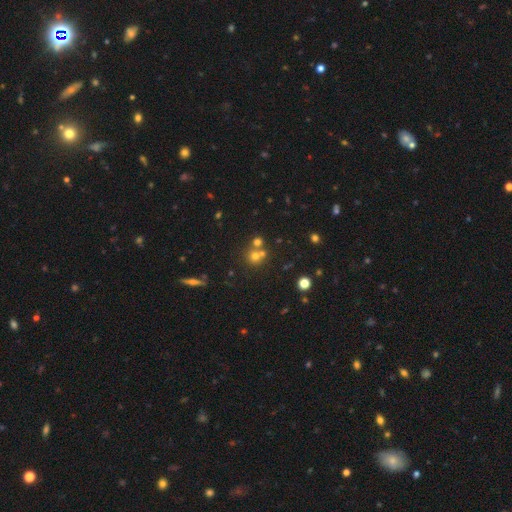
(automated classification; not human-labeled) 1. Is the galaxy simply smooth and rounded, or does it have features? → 60% smooth, 24% star or artifact, 16% featured or disk.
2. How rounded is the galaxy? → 88% round, 10% in between, 1% cigar-shaped.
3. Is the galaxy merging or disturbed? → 53% none, 37% merger, 7% minor disturbance, 3% major disturbance.